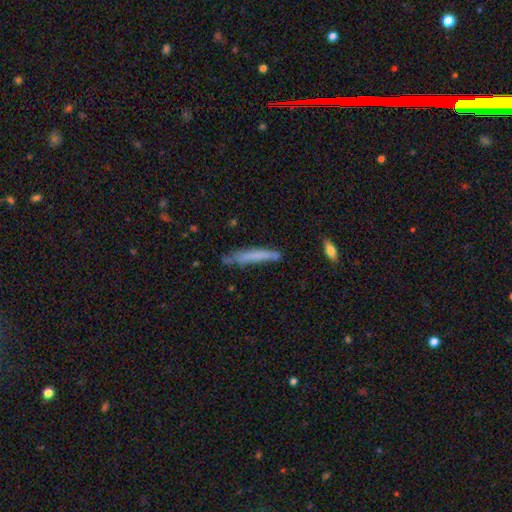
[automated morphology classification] This appears to be a smooth galaxy with no disk features (65%) that is cigar-shaped (94%). Merging: none (69%).